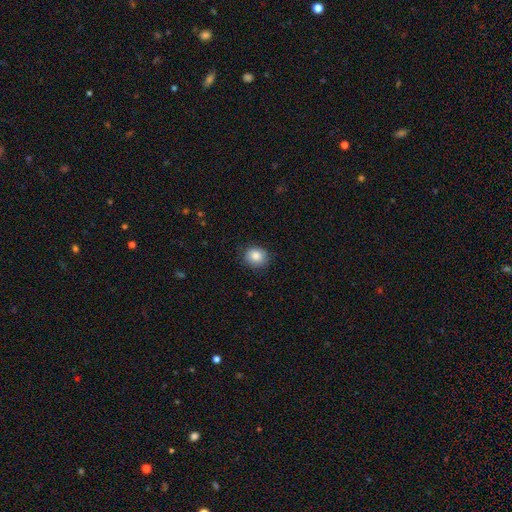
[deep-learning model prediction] smooth_or_featured: smooth (p=0.85) [alt: star or artifact p=0.08]
how_rounded: round (p=0.71) [alt: in between p=0.28]
merging: none (p=0.84) [alt: minor disturbance p=0.12]